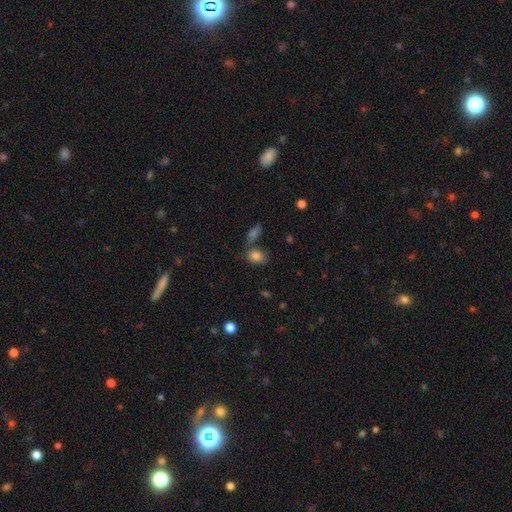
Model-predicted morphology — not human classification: Smooth or featured: smooth — 83% (star or artifact — 10%)
How rounded: in between — 77% (round — 21%)
Merging: none — 58% (merger — 23%)